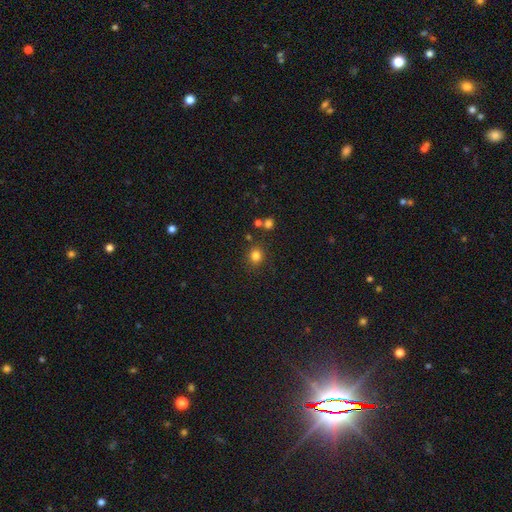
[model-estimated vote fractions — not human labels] Overall: smooth (81%). How rounded: round (84%). Merging: none (85%).